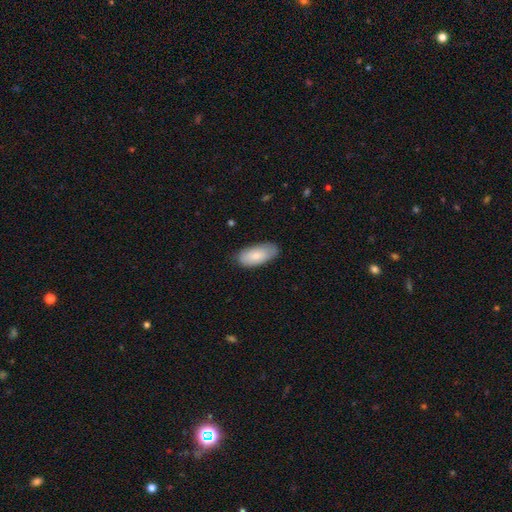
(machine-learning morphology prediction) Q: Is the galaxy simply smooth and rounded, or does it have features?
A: smooth — 81%.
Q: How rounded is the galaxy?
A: in between — 92%.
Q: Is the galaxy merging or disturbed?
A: none — 78%.